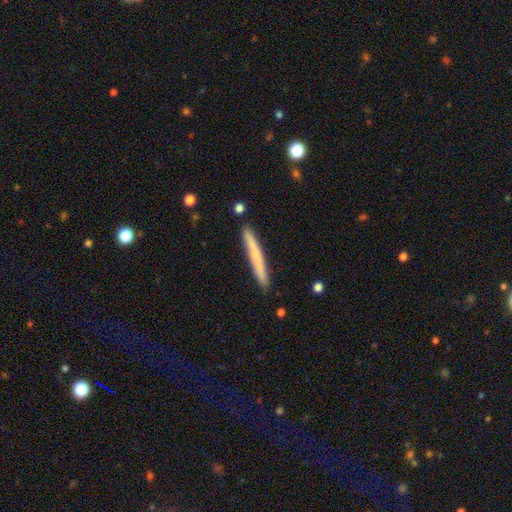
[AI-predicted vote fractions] Smooth or featured?
  - smooth: 53% *
  - featured or disk: 42%
  - star or artifact: 6%
How rounded?
  - cigar-shaped: 96% *
  - in between: 2%
  - round: 1%
Merging?
  - none: 89% *
  - minor disturbance: 8%
  - merger: 2%
  - major disturbance: 1%